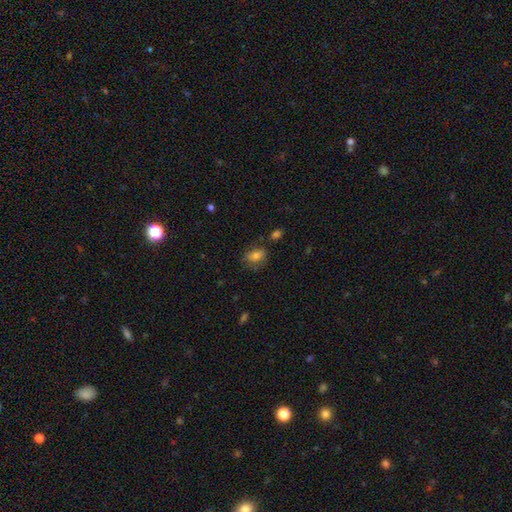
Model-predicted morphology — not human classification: A smooth galaxy with no disk features (78%) that is in between round and cigar-shaped (74%).

Vote fractions:
- Smooth or featured? smooth: 78% / featured or disk: 12% / star or artifact: 10%
- How rounded? in between: 74% / round: 24% / cigar-shaped: 2%
- Merging? none: 69% / minor disturbance: 20% / major disturbance: 6% / merger: 5%